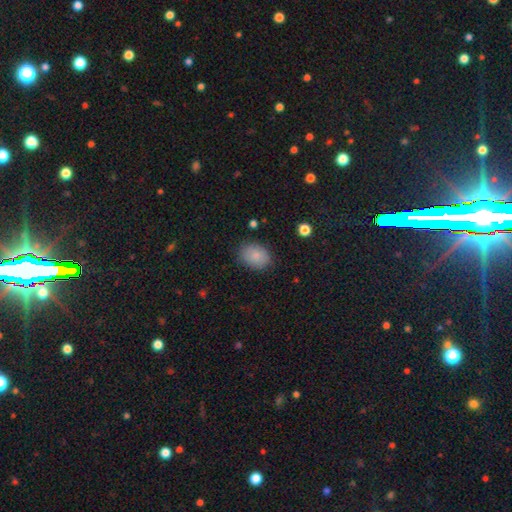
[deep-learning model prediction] smooth 84%, star or artifact 8%, featured or disk 8%. Down the decision tree: how rounded — in between (70%); merging — none (81%).